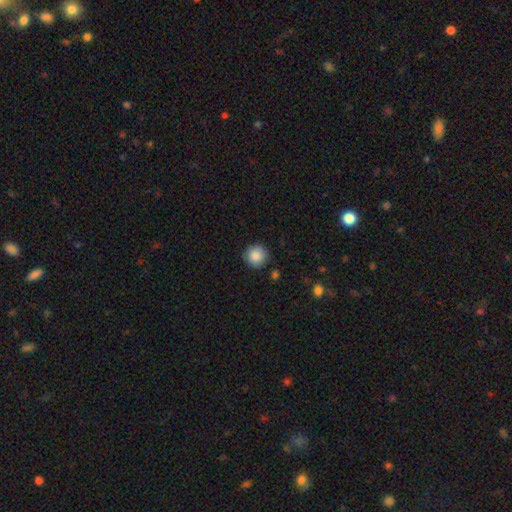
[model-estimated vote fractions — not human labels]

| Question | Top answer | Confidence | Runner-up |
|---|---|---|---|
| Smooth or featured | smooth | 87% | star or artifact (8%) |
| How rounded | round | 94% | in between (5%) |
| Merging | none | 87% | minor disturbance (9%) |